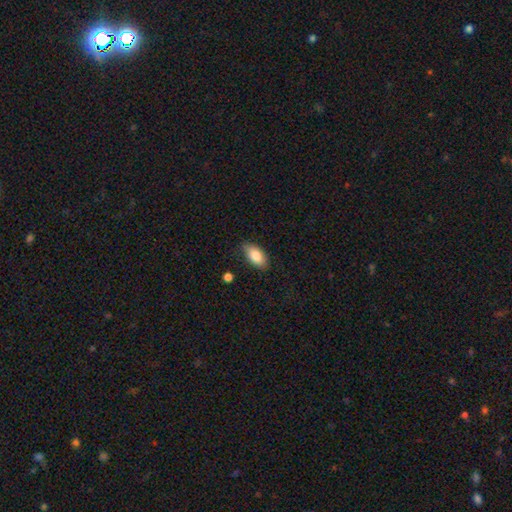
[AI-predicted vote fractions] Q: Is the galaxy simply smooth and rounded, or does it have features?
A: smooth — 83%.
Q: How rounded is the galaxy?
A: in between — 92%.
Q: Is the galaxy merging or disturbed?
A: none — 79%.